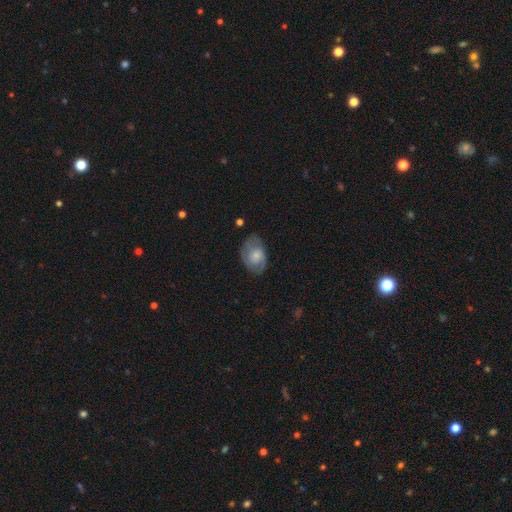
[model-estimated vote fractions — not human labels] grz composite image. It shows a smooth galaxy with no disk features (51%) that is in between round and cigar-shaped (82%). Merging: none (66%).